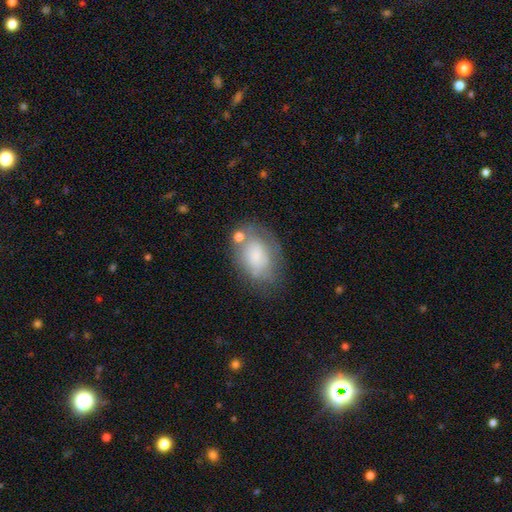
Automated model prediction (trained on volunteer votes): Q: Smooth or featured?
A: smooth (66%); runner-up: featured or disk (25%)
Q: How rounded?
A: in between (85%); runner-up: round (14%)
Q: Merging?
A: none (58%); runner-up: minor disturbance (24%)